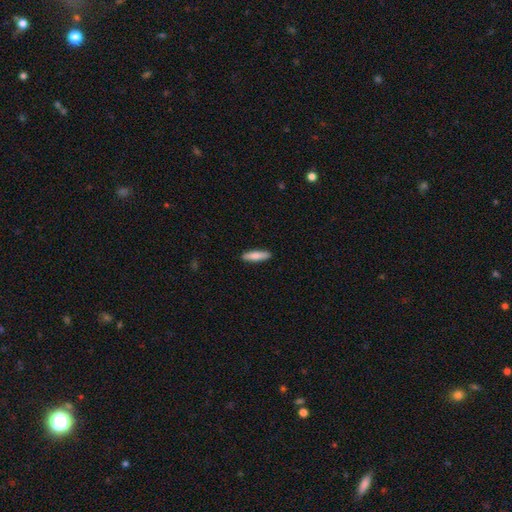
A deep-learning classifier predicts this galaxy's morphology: smooth_or_featured: smooth (p=0.80) [alt: featured or disk p=0.15]
how_rounded: cigar-shaped (p=0.68) [alt: in between p=0.30]
merging: none (p=0.91) [alt: minor disturbance p=0.07]